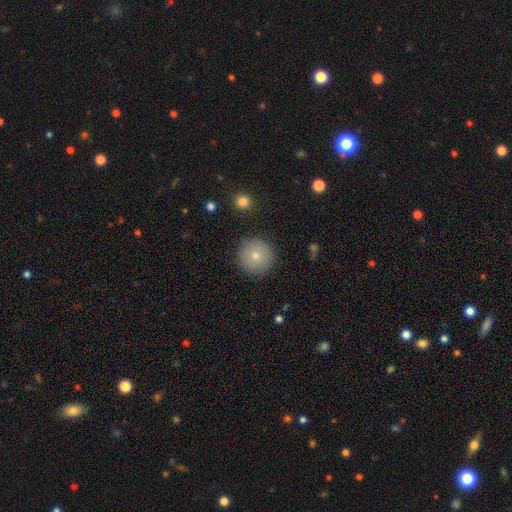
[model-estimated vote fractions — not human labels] Overall: smooth (77%). How rounded: round (96%). Merging: none (90%).